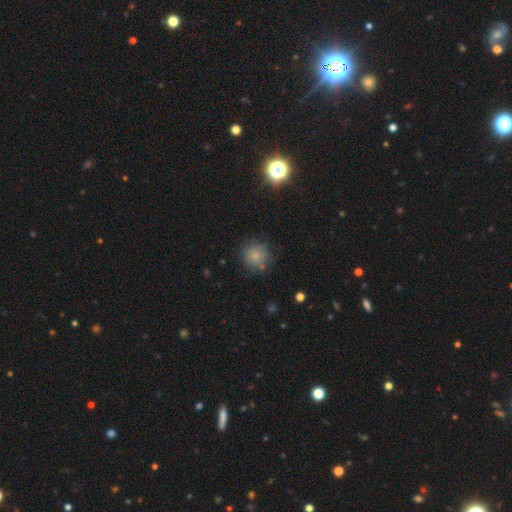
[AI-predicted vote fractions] Q: Smooth or featured?
A: smooth (82%); runner-up: star or artifact (10%)
Q: How rounded?
A: round (91%); runner-up: in between (8%)
Q: Merging?
A: none (79%); runner-up: minor disturbance (13%)